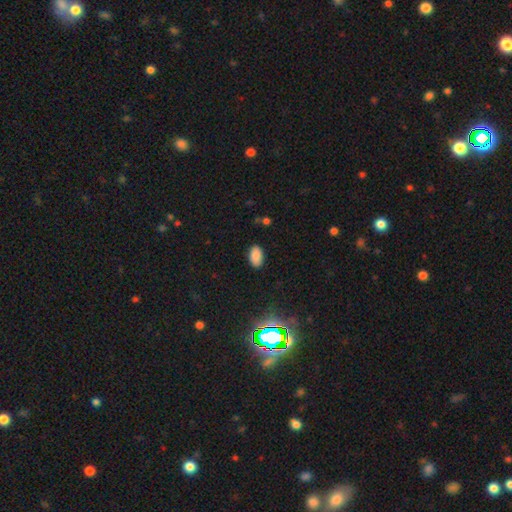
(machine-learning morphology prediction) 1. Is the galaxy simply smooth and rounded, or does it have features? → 82% smooth, 12% star or artifact, 6% featured or disk.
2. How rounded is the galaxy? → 93% in between, 6% round, 1% cigar-shaped.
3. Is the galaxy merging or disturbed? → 85% none, 11% minor disturbance, 2% major disturbance, 1% merger.